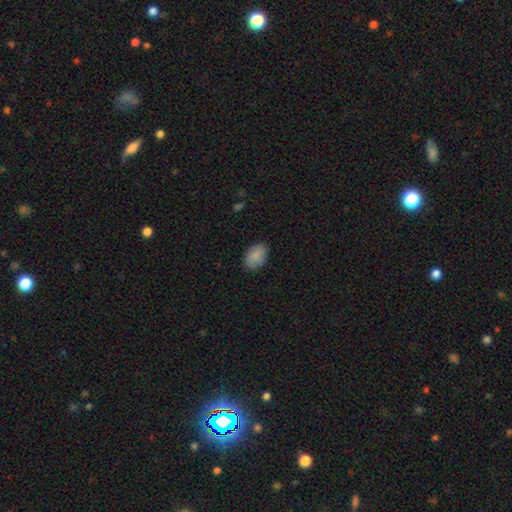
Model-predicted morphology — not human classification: Overall: smooth (87%). How rounded: in between (85%). Merging: none (84%).